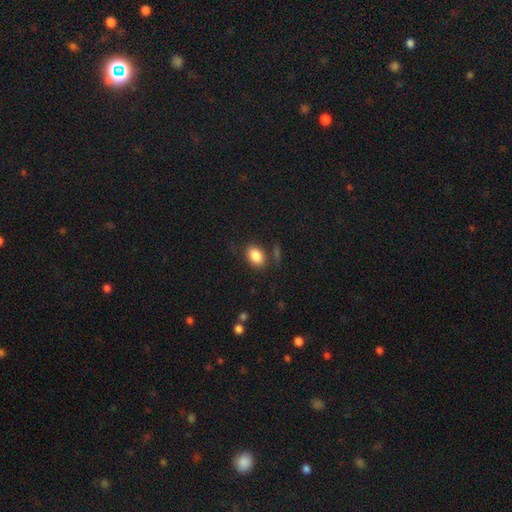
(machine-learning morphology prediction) A smooth galaxy with no disk features (85%) that is in between round and cigar-shaped (84%). Merging: none (76%).